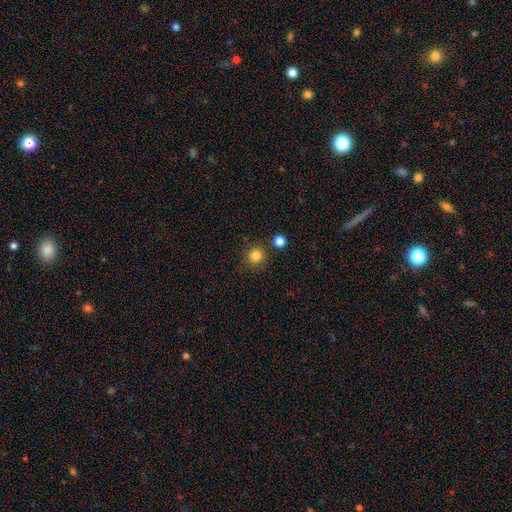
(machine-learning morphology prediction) Smooth or featured?
  - smooth: 83% *
  - star or artifact: 12%
  - featured or disk: 5%
How rounded?
  - round: 94% *
  - in between: 5%
  - cigar-shaped: 1%
Merging?
  - none: 84% *
  - minor disturbance: 8%
  - merger: 5%
  - major disturbance: 3%